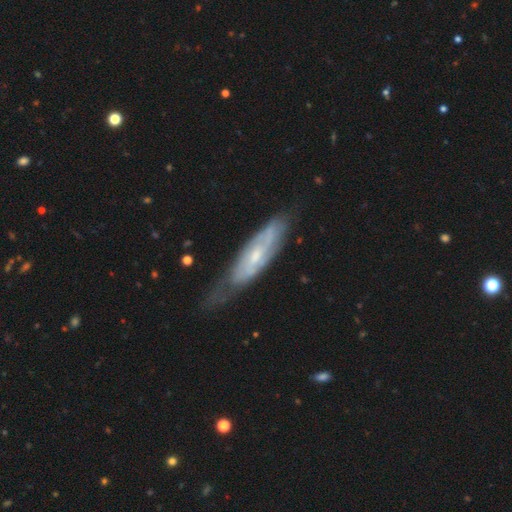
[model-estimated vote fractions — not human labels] featured or disk 70%, smooth 24%, star or artifact 6%. Down the decision tree: edge-on disk — no (69%); merging — none (57%).